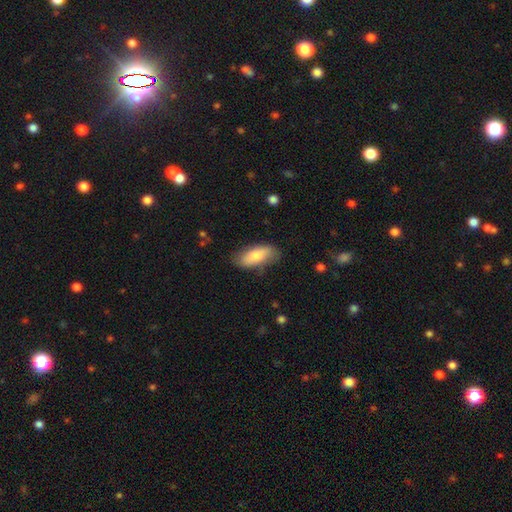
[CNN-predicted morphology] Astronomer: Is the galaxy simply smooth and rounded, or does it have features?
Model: smooth — 77%.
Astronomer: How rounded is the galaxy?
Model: in between — 82%.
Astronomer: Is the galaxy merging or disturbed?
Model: none — 73%.